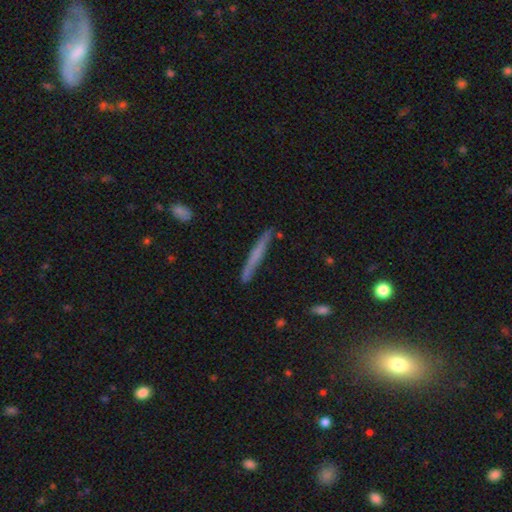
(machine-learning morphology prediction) This is possibly a smooth galaxy (49%). Merging: clearly none (87%).